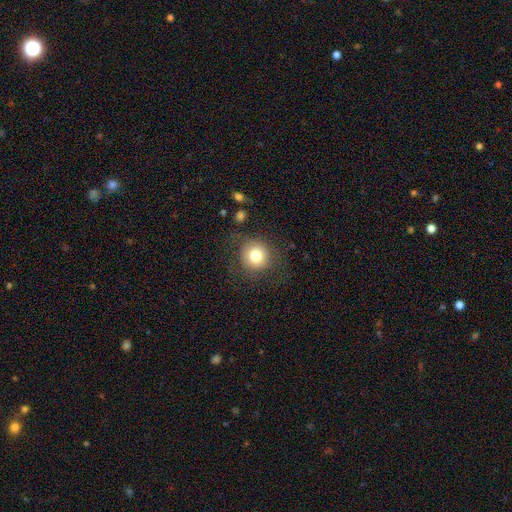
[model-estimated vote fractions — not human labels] smooth 78%, featured or disk 12%, star or artifact 11%. Down the decision tree: how rounded — round (93%); merging — none (77%).